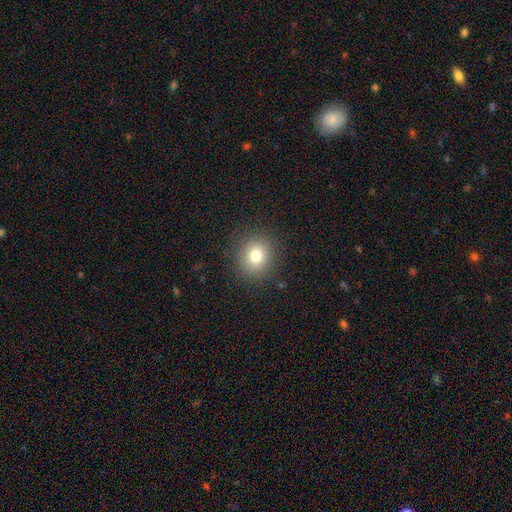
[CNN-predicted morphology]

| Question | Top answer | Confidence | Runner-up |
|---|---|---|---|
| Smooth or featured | smooth | 77% | star or artifact (13%) |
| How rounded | round | 83% | in between (16%) |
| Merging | none | 89% | minor disturbance (7%) |